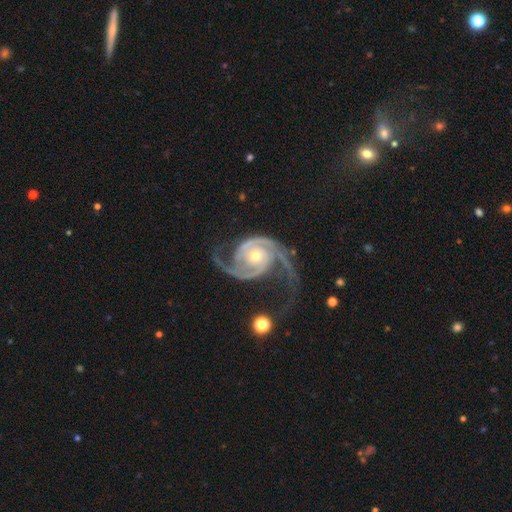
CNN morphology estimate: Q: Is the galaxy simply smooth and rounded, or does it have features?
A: featured or disk — 94%.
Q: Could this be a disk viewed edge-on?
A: no — 98%.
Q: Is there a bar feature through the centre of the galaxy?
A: no — 69%.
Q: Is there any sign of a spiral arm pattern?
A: yes — 99%.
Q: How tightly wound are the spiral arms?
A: medium — 54%.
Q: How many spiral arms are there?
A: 2 — 90%.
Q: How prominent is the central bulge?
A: moderate — 49%.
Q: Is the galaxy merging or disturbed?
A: none — 65%.